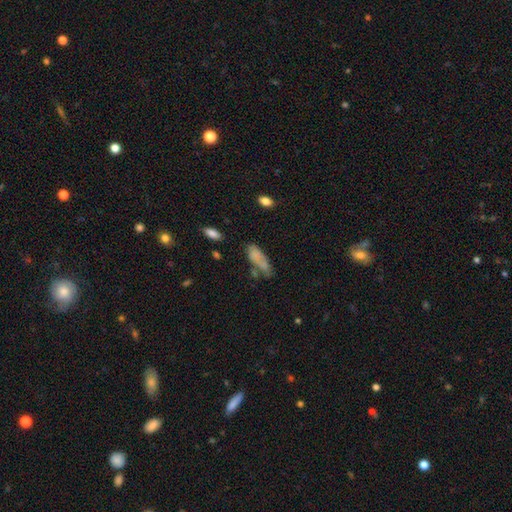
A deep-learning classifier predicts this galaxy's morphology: This appears to be a smooth galaxy with no disk features (68%) that is in between round and cigar-shaped (78%). Merging: none (36%).